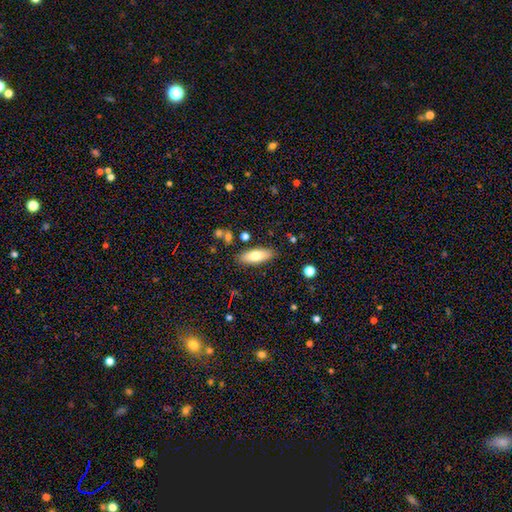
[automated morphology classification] A smooth galaxy with no disk features (74%) that is in between round and cigar-shaped (68%). Merging: none (84%).